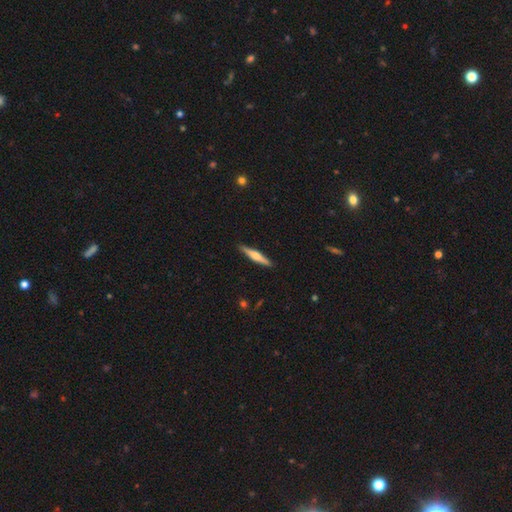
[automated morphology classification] Smooth or featured? featured or disk (58%)
Edge-on disk? yes (97%)
Edge-on bulge? rounded (88%)
Merging? none (91%)